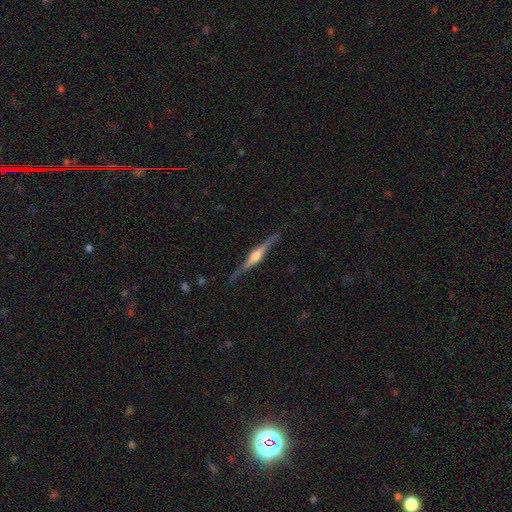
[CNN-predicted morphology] smooth_or_featured: featured or disk (p=0.81) [alt: smooth p=0.13]
disk_edge_on: yes (p=0.98) [alt: no p=0.02]
edge_on_bulge: rounded (p=0.87) [alt: boxy p=0.09]
merging: none (p=0.88) [alt: minor disturbance p=0.09]